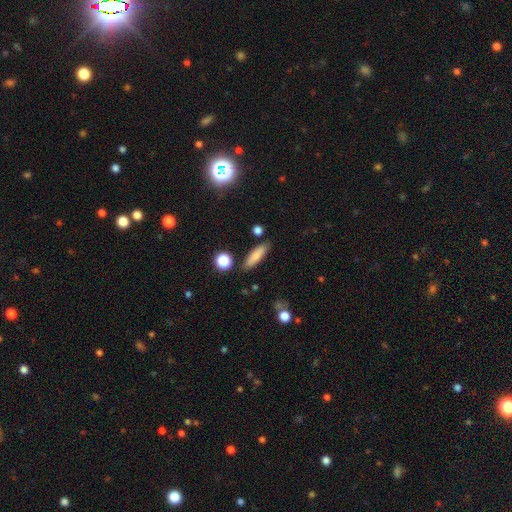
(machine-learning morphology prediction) Smooth or featured? smooth (80%)
How rounded? cigar-shaped (59%)
Merging? none (84%)